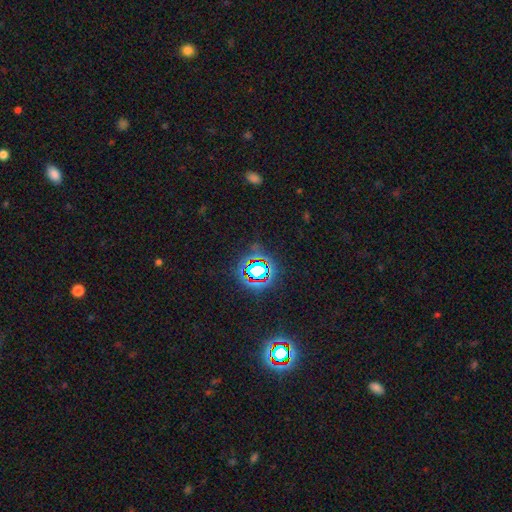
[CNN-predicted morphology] A star or artifact, not a galaxy (80%).

Vote fractions:
- Smooth or featured? star or artifact: 80% / smooth: 12% / featured or disk: 8%